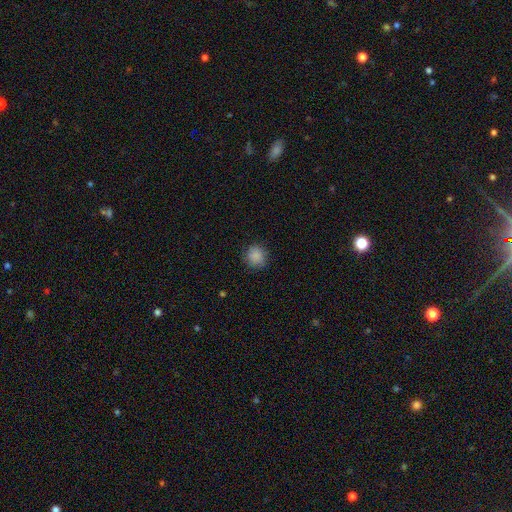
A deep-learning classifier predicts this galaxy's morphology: A smooth galaxy with no disk features (87%) that is round (88%). Merging: none (86%).